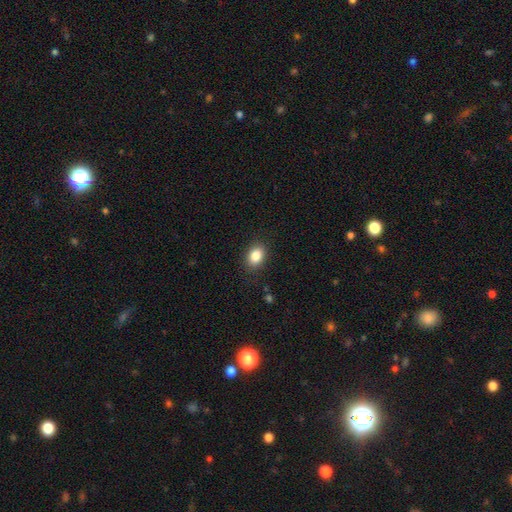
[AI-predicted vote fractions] The model was most divided on "how rounded": in between: 76%, round: 23%, cigar-shaped: 1%. More confident: merging — none (87%); smooth or featured — smooth (85%).